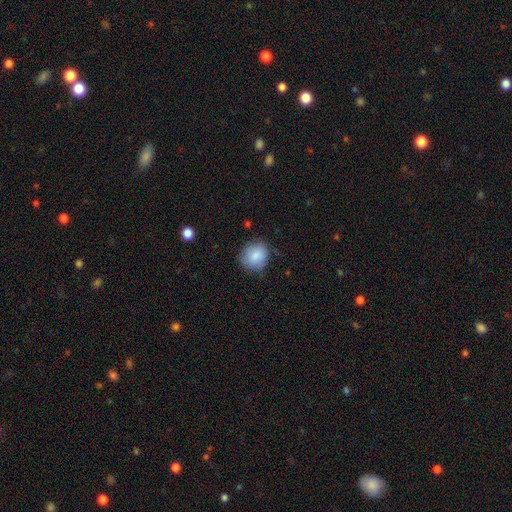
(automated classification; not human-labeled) smooth-or-featured: smooth: 86% | star or artifact: 7% | featured or disk: 7%
  how-rounded: round: 76% | in between: 23% | cigar-shaped: 1%
  merging: none: 75% | minor disturbance: 19% | major disturbance: 4% | merger: 1%